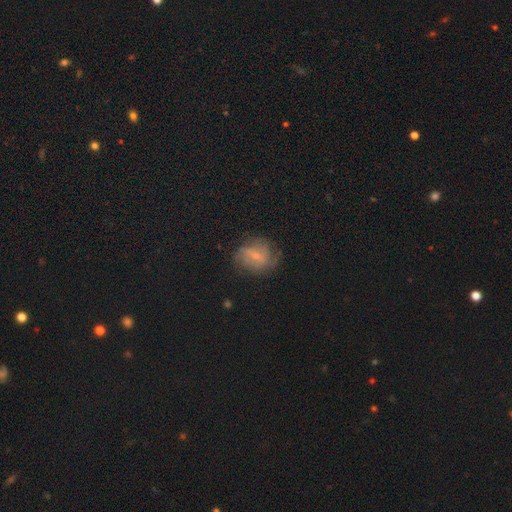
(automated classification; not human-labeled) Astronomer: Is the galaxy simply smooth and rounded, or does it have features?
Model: featured or disk — 58%.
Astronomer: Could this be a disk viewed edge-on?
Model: no — 96%.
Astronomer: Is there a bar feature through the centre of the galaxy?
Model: weak — 50% (runner-up: no, 32%).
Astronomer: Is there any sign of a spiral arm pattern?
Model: yes — 75%.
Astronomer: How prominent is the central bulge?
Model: small — 67%.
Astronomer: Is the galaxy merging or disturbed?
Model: none — 67%.